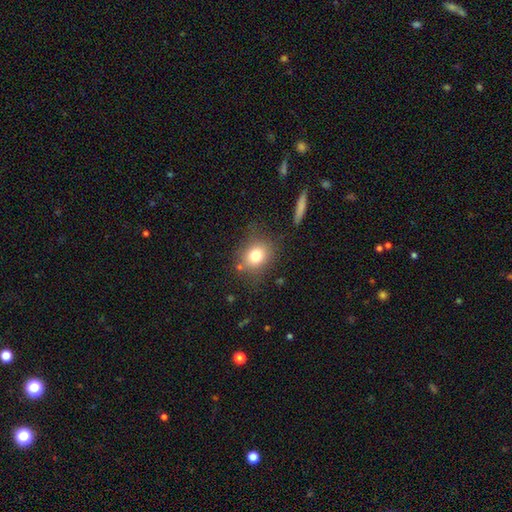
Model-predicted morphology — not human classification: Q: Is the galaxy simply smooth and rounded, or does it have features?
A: smooth — 78%.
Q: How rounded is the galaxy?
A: round — 61%.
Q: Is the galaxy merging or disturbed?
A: none — 73%.